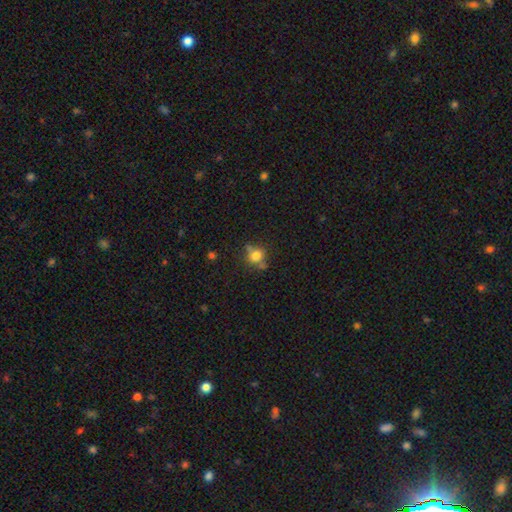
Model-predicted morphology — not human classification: A smooth galaxy with no disk features (72%) that is round (75%). Merging: none (60%).